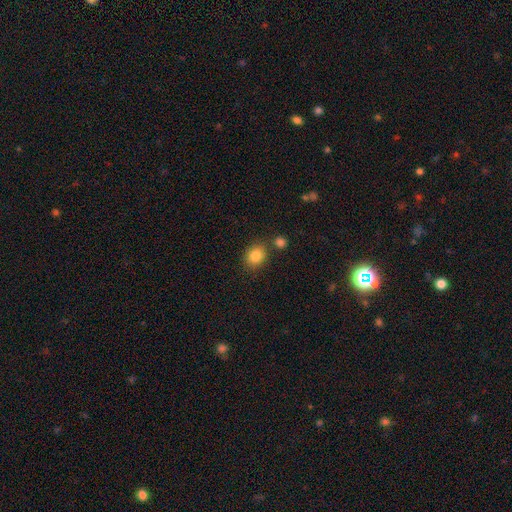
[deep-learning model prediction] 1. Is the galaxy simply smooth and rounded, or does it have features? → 84% smooth, 10% star or artifact, 6% featured or disk.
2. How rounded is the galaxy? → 59% round, 40% in between, 1% cigar-shaped.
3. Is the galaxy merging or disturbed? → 75% none, 11% minor disturbance, 10% merger, 3% major disturbance.